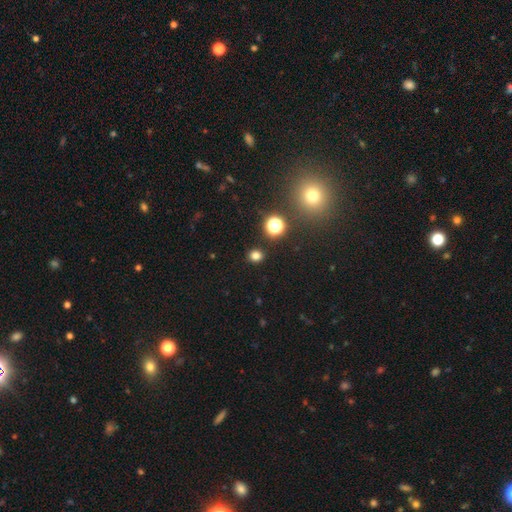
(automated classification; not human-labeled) This appears to be a smooth galaxy with no disk features (76%) that is round (77%). Merging: none (90%).